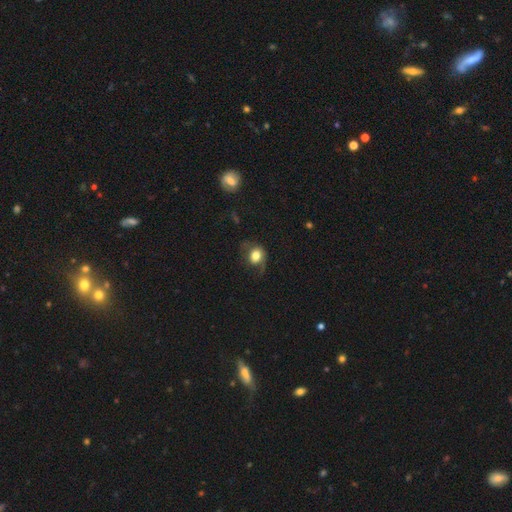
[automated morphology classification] A smooth galaxy with no disk features (64%) that is round (60%).

Vote fractions:
- Smooth or featured? smooth: 64% / featured or disk: 27% / star or artifact: 9%
- How rounded? round: 60% / in between: 39% / cigar-shaped: 1%
- Merging? none: 43% / major disturbance: 30% / minor disturbance: 24% / merger: 2%